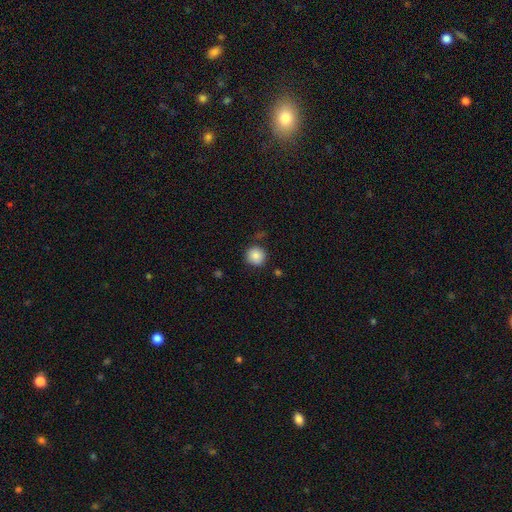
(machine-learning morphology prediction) This appears to be a smooth galaxy with no disk features (85%) that is round (93%). Merging: none (85%).